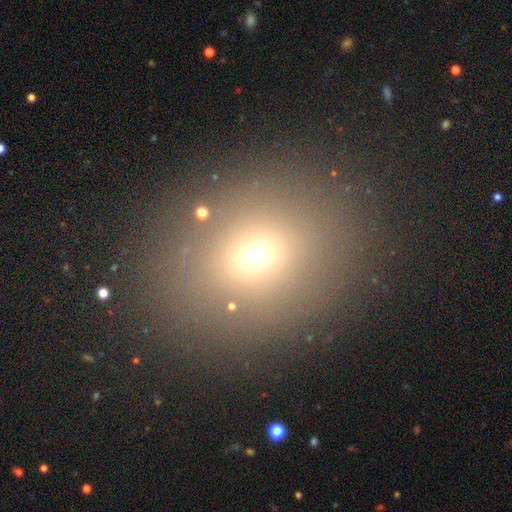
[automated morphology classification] A smooth galaxy with no disk features (65%) that is round (60%).

Vote fractions:
- Smooth or featured? smooth: 65% / star or artifact: 23% / featured or disk: 12%
- How rounded? round: 60% / in between: 39% / cigar-shaped: 1%
- Merging? none: 84% / minor disturbance: 9% / major disturbance: 5% / merger: 3%